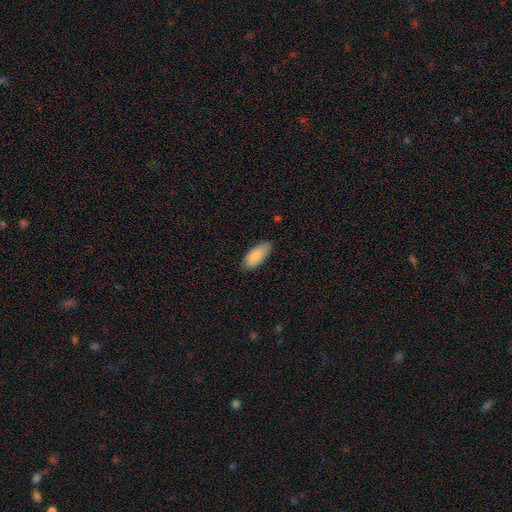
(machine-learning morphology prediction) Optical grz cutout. It shows a smooth galaxy with no disk features (85%) that is in between round and cigar-shaped (87%). Merging: none (84%).